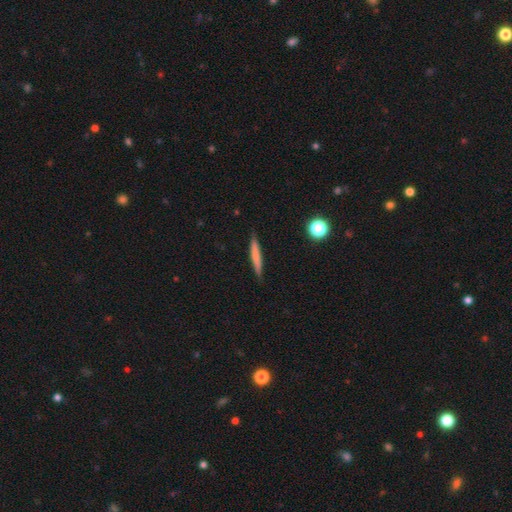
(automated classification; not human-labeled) Smooth or featured? Predicted: smooth (p=0.68). How rounded? Predicted: cigar-shaped (p=0.93). Merging? Predicted: none (p=0.86).